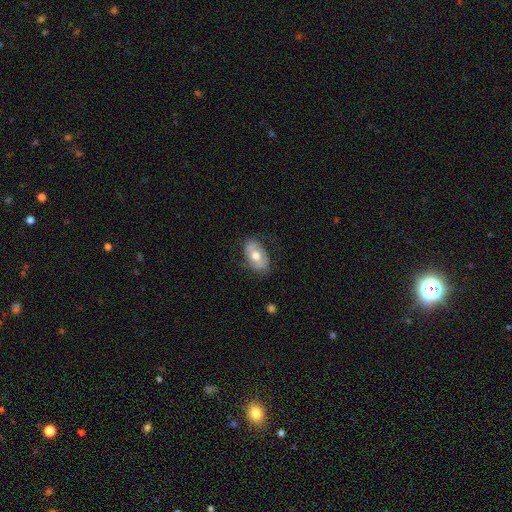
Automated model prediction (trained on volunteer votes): A smooth galaxy with no disk features (48%).

Vote fractions:
- Smooth or featured? smooth: 48% / featured or disk: 45% / star or artifact: 7%
- Merging? none: 73% / minor disturbance: 19% / major disturbance: 7% / merger: 1%